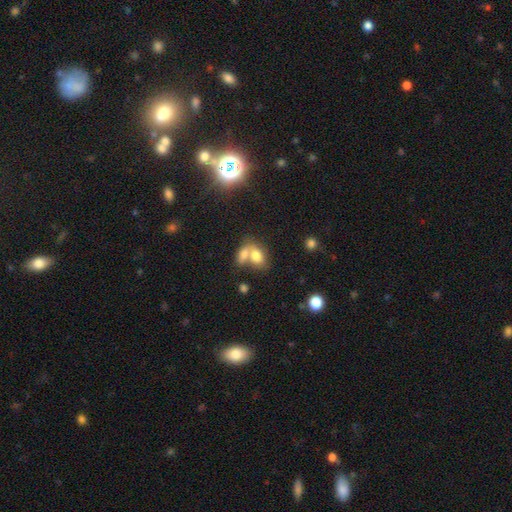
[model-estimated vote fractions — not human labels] A smooth galaxy with no disk features (76%) that is in between round and cigar-shaped (79%).

Vote fractions:
- Smooth or featured? smooth: 76% / featured or disk: 15% / star or artifact: 9%
- How rounded? in between: 79% / round: 19% / cigar-shaped: 2%
- Merging? merger: 65% / none: 24% / minor disturbance: 8% / major disturbance: 4%